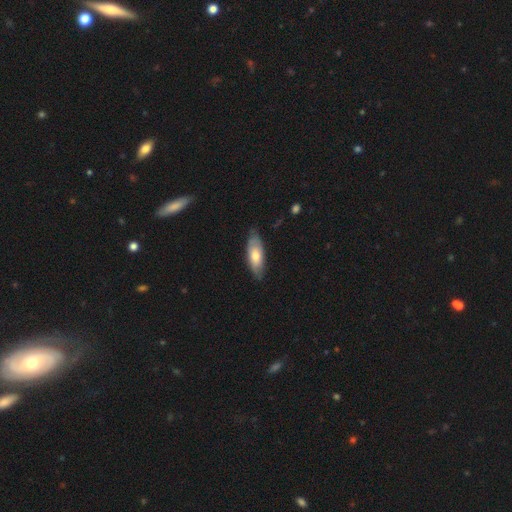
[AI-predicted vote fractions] smooth-or-featured: smooth: 64% | featured or disk: 31% | star or artifact: 5%
  how-rounded: in between: 74% | cigar-shaped: 24% | round: 2%
  merging: none: 75% | minor disturbance: 21% | major disturbance: 3% | merger: 1%